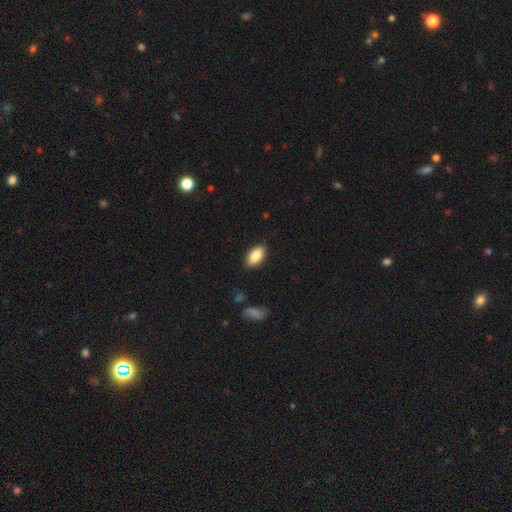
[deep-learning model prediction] smooth-or-featured: smooth: 87% | star or artifact: 7% | featured or disk: 6%
  how-rounded: in between: 93% | round: 4% | cigar-shaped: 2%
  merging: none: 86% | minor disturbance: 10% | major disturbance: 2% | merger: 1%